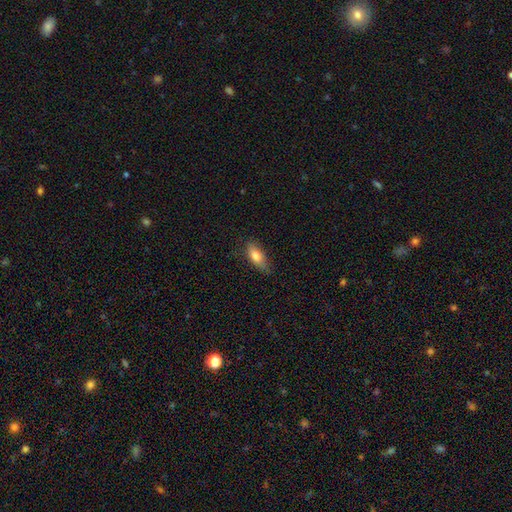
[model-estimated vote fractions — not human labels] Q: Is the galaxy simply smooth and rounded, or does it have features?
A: smooth — 77%.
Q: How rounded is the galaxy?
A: in between — 73%.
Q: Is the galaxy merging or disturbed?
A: none — 72%.